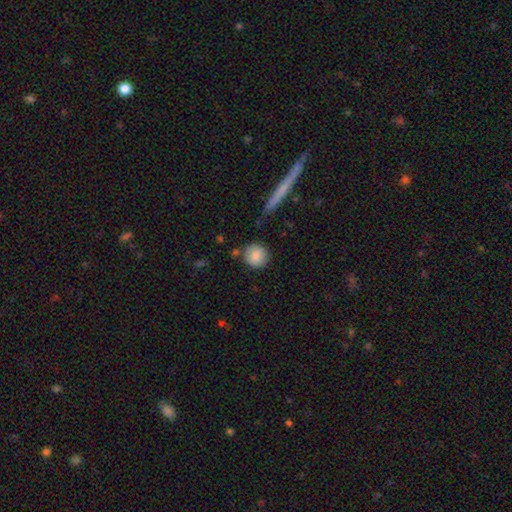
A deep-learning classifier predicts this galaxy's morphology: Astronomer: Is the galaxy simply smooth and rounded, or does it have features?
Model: smooth — 86%.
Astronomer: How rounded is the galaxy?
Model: round — 90%.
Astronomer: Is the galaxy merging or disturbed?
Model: none — 81%.